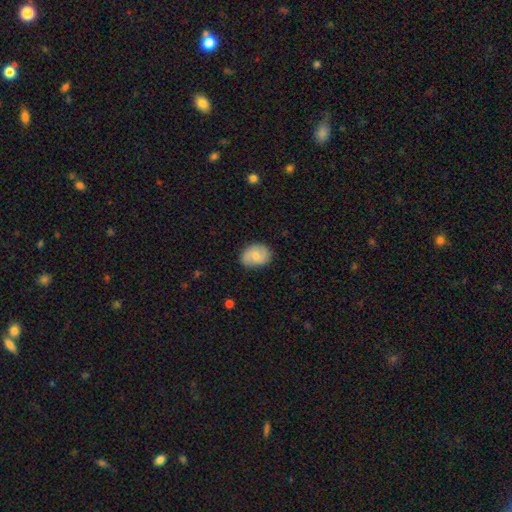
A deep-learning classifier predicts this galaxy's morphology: Smooth or featured? Predicted: smooth (p=0.58). How rounded? Predicted: in between (p=0.64). Merging? Predicted: none (p=0.78).